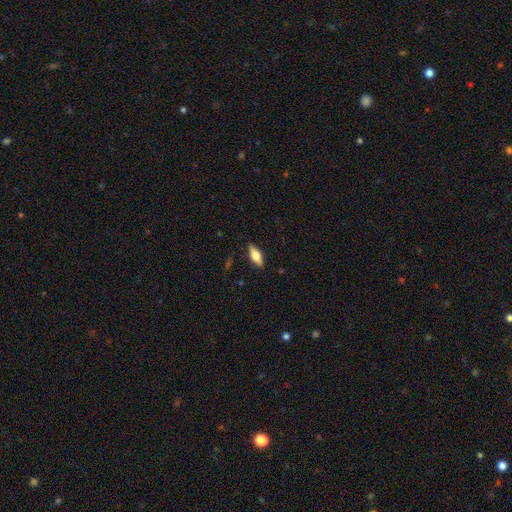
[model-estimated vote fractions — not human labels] The model was most divided on "smooth or featured": smooth: 50%, featured or disk: 43%, star or artifact: 7%. More confident: merging — none (88%).